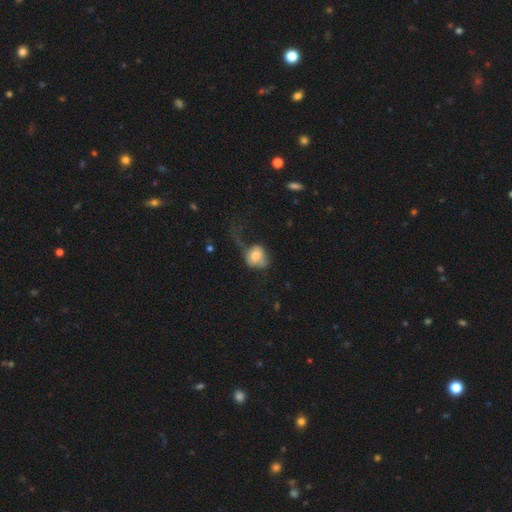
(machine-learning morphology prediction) Smooth or featured?
  - smooth: 73% *
  - featured or disk: 19%
  - star or artifact: 8%
How rounded?
  - round: 60% *
  - in between: 39%
  - cigar-shaped: 1%
Merging?
  - major disturbance: 48% *
  - none: 24%
  - minor disturbance: 24%
  - merger: 4%